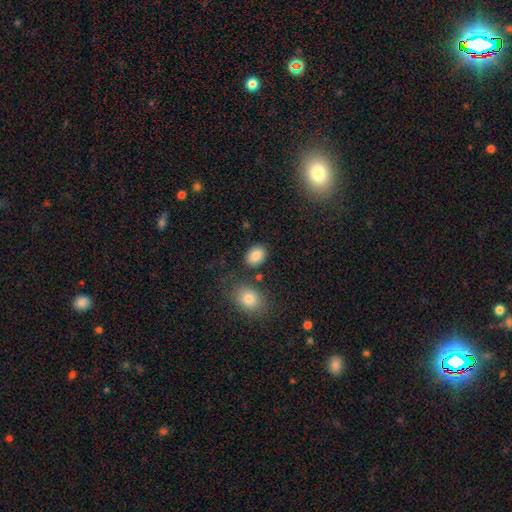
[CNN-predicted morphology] type=smooth (85%); roundness=in between (69%); merging=none (81%).